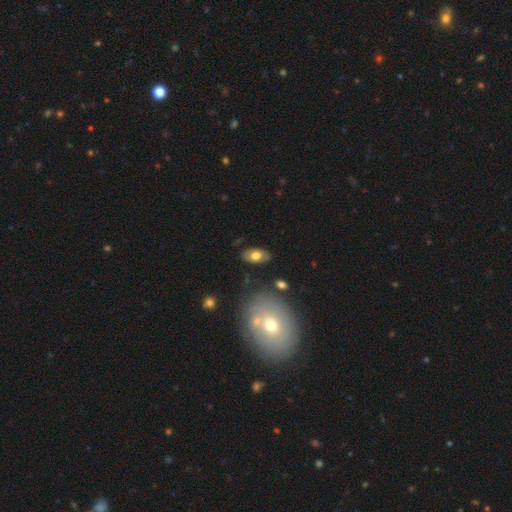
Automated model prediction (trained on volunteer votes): A smooth galaxy with no disk features (70%) that is in between round and cigar-shaped (92%). Merging: none (83%).